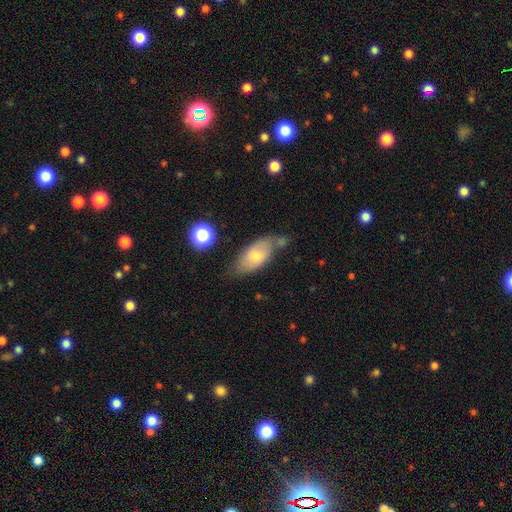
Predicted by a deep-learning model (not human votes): Smooth or featured: smooth — 59% (featured or disk — 33%)
How rounded: in between — 87% (cigar-shaped — 7%)
Merging: none — 55% (minor disturbance — 25%)